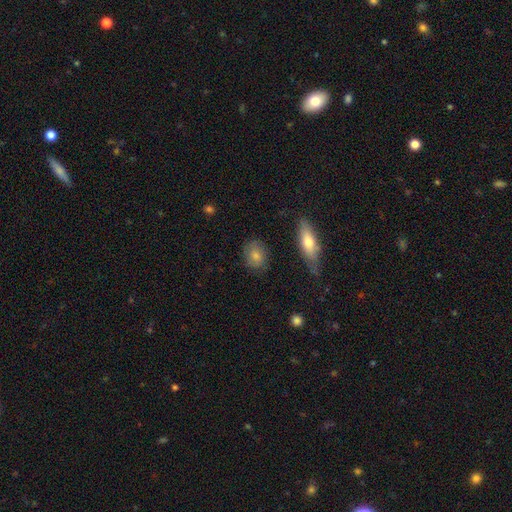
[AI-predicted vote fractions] Smooth or featured: smooth — 77% (featured or disk — 15%)
How rounded: round — 55% (in between — 42%)
Merging: none — 80% (minor disturbance — 15%)